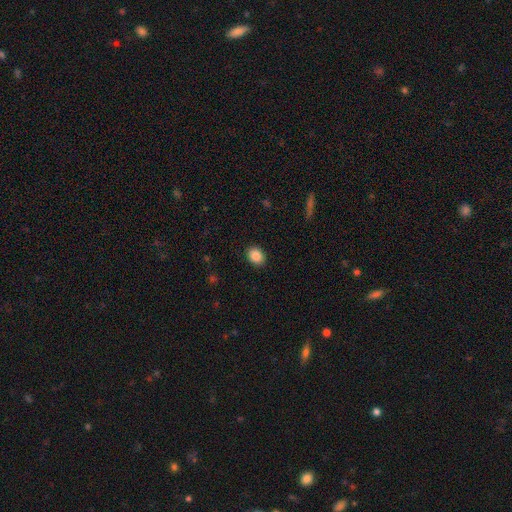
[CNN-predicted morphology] Smooth or featured?
  - smooth: 87% *
  - star or artifact: 9%
  - featured or disk: 4%
How rounded?
  - in between: 57% *
  - round: 42%
  - cigar-shaped: 1%
Merging?
  - none: 90% *
  - minor disturbance: 7%
  - major disturbance: 2%
  - merger: 1%